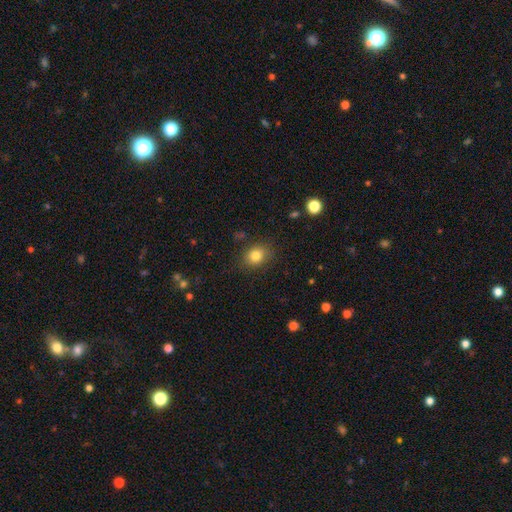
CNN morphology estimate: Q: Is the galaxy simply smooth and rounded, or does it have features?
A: smooth — 82%.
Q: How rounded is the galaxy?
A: round — 50%.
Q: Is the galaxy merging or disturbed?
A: none — 84%.